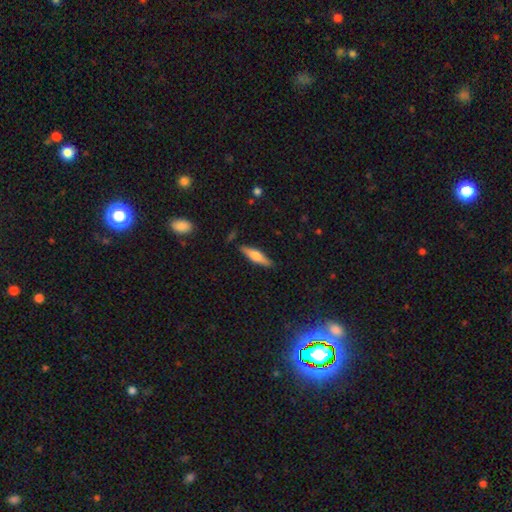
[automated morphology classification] Overall: featured or disk (47%, tied with smooth). Merging: none (87%).